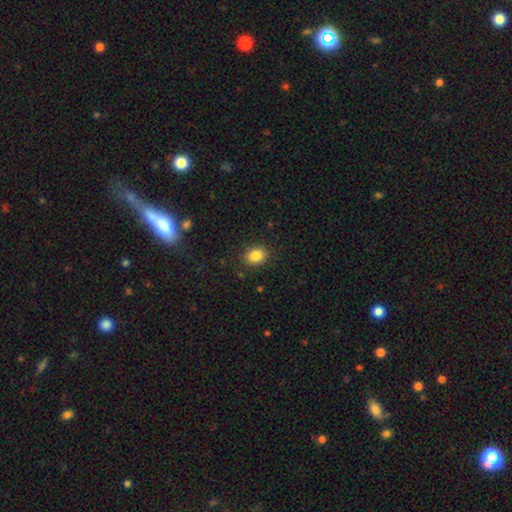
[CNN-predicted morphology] smooth_or_featured: smooth (p=0.85) [alt: star or artifact p=0.09]
how_rounded: in between (p=0.52) [alt: round p=0.47]
merging: none (p=0.88) [alt: minor disturbance p=0.08]